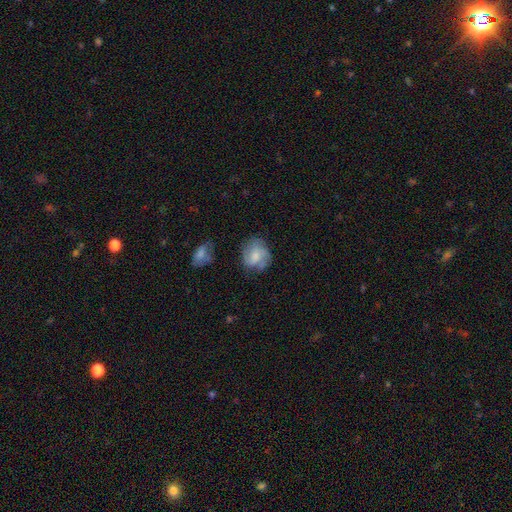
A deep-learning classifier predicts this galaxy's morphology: Smooth or featured?
  - smooth: 47% *
  - featured or disk: 45%
  - star or artifact: 8%
Merging?
  - none: 61% *
  - minor disturbance: 24%
  - major disturbance: 11%
  - merger: 3%